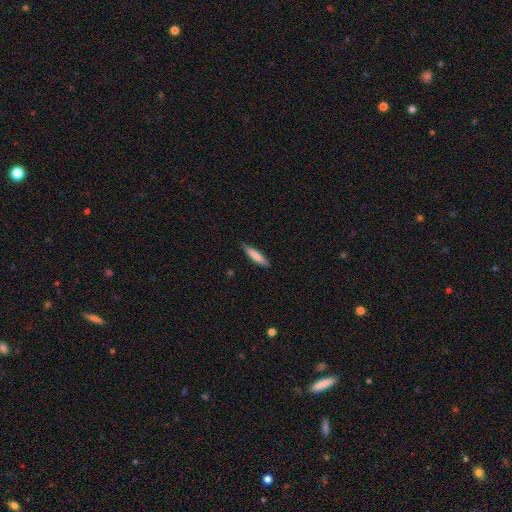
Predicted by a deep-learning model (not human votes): smooth-or-featured: smooth: 81% | featured or disk: 14% | star or artifact: 6%
  how-rounded: cigar-shaped: 83% | in between: 15% | round: 1%
  merging: none: 83% | minor disturbance: 13% | major disturbance: 2% | merger: 1%